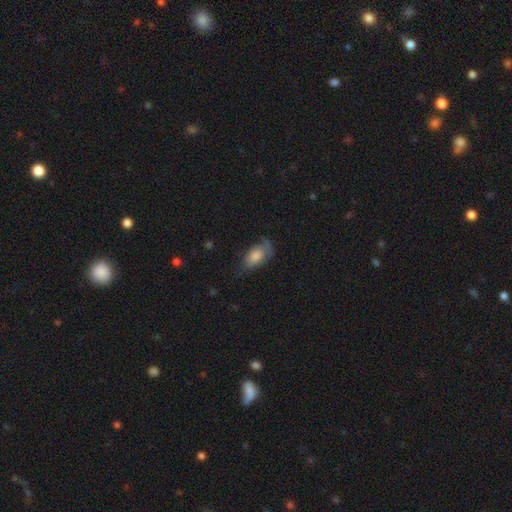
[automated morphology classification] The model was most divided on "merging": none: 53%, minor disturbance: 30%, major disturbance: 15%, merger: 2%. More confident: how rounded — in between (89%); smooth or featured — smooth (67%).